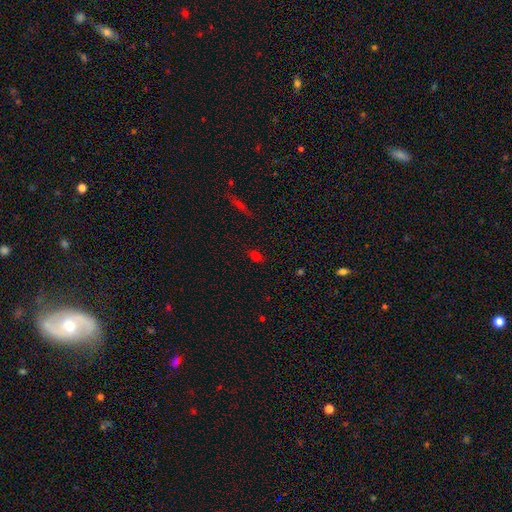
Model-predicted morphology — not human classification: Smooth or featured? Predicted: smooth (p=0.66). How rounded? Predicted: in between (p=0.78). Merging? Predicted: none (p=0.81).